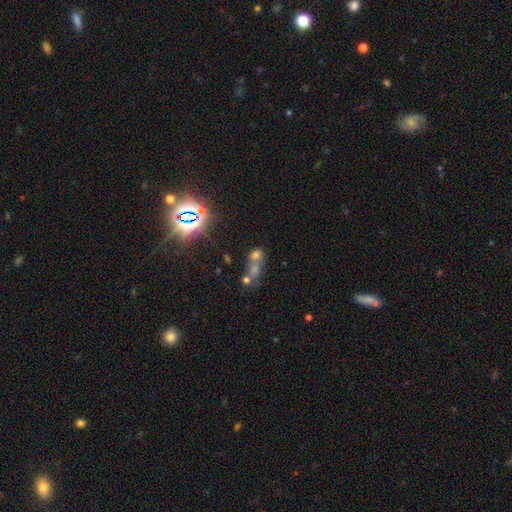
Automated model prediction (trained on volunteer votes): This appears to be a smooth galaxy with no disk features (55%) that is round (56%). Merging: merger (59%).